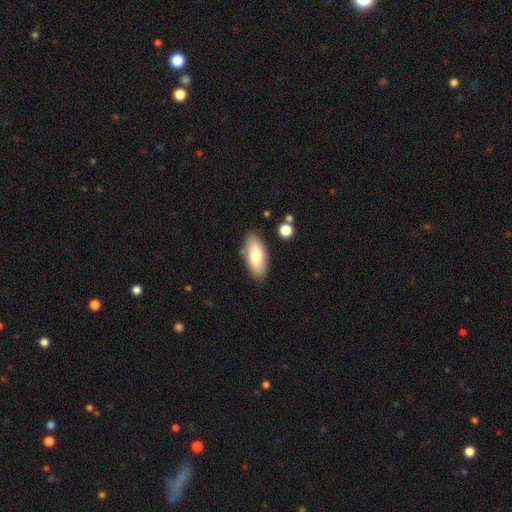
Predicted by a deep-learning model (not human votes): This is likely a smooth galaxy (75%). How rounded: clearly in between (85%). Merging: clearly none (81%).